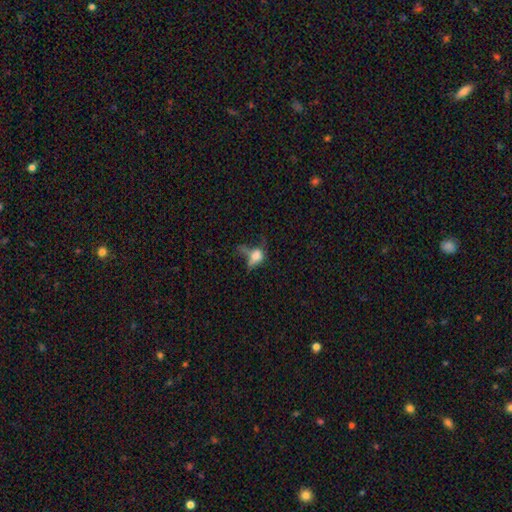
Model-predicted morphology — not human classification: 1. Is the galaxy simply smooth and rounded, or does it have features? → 58% smooth, 26% featured or disk, 16% star or artifact.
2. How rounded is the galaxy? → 58% in between, 36% round, 5% cigar-shaped.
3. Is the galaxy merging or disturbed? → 39% major disturbance, 26% none, 19% minor disturbance, 16% merger.